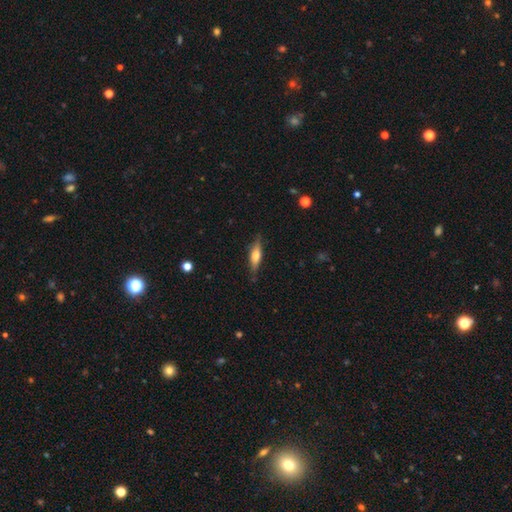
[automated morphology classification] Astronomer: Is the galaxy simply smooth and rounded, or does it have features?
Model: smooth — 49% (runner-up: featured or disk, 44%).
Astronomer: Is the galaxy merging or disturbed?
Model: none — 82%.